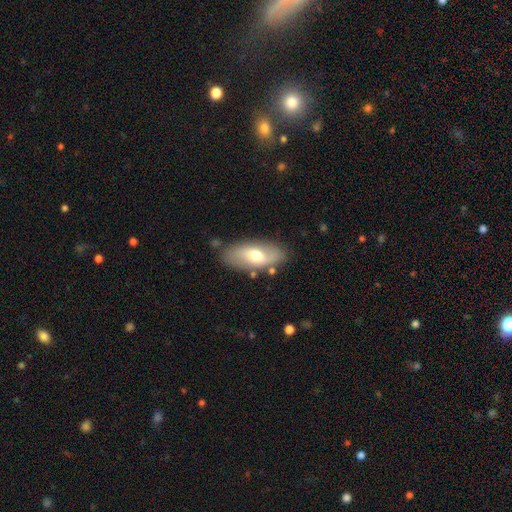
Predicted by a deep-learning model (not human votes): Overall: smooth (55%; featured or disk 39%). How rounded: in between (88%). Merging: none (78%).